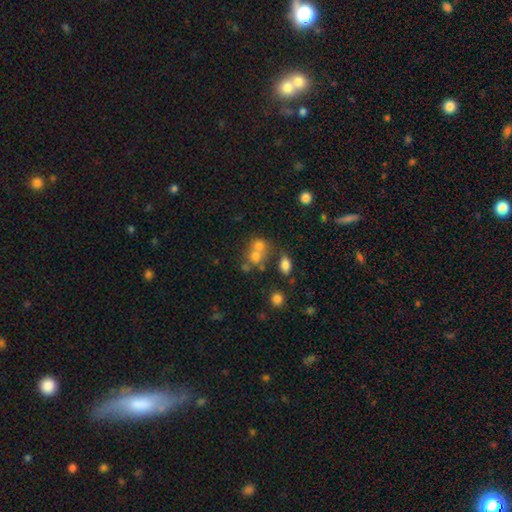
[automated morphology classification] type=smooth (62%); roundness=round (68%); merging=merger (51%).